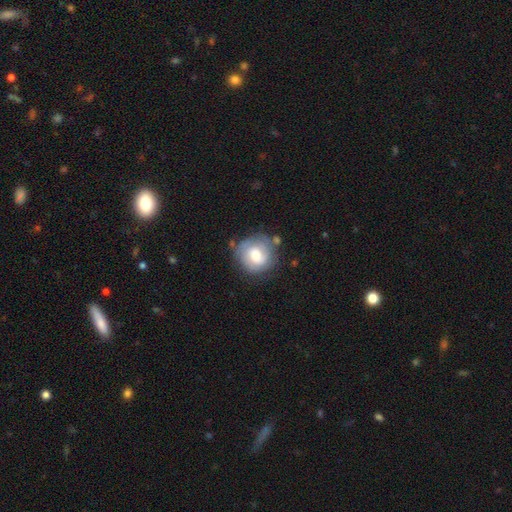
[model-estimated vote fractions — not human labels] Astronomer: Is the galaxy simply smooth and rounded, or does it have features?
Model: featured or disk — 50% (runner-up: smooth, 43%).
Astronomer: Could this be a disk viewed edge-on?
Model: no — 97%.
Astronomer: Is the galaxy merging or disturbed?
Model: none — 68%.